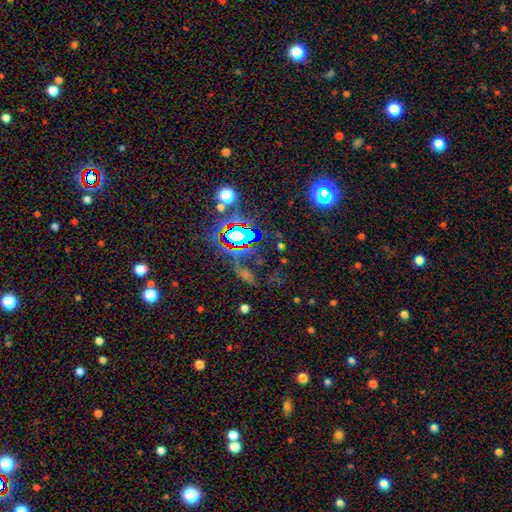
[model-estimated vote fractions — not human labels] Morphology: type=star or artifact (73%).